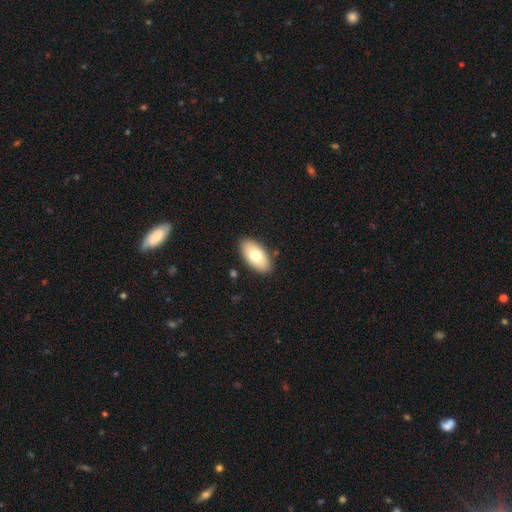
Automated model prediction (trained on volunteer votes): A smooth galaxy with no disk features (73%) that is in between round and cigar-shaped (95%).

Vote fractions:
- Smooth or featured? smooth: 73% / featured or disk: 21% / star or artifact: 6%
- How rounded? in between: 95% / round: 3% / cigar-shaped: 2%
- Merging? none: 87% / minor disturbance: 9% / major disturbance: 2% / merger: 2%